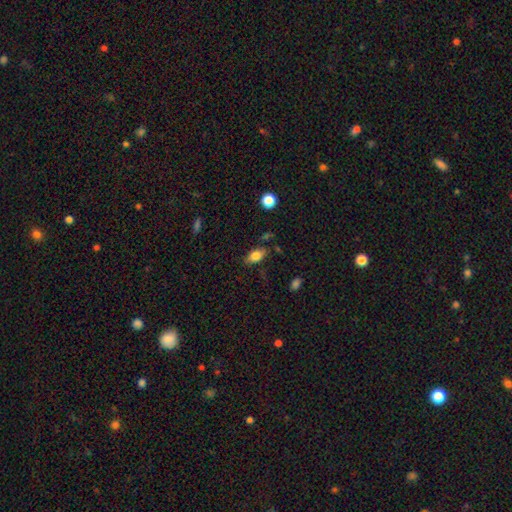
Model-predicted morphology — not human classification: This appears to be a smooth galaxy with no disk features (78%) that is in between round and cigar-shaped (86%). Merging: none (77%).